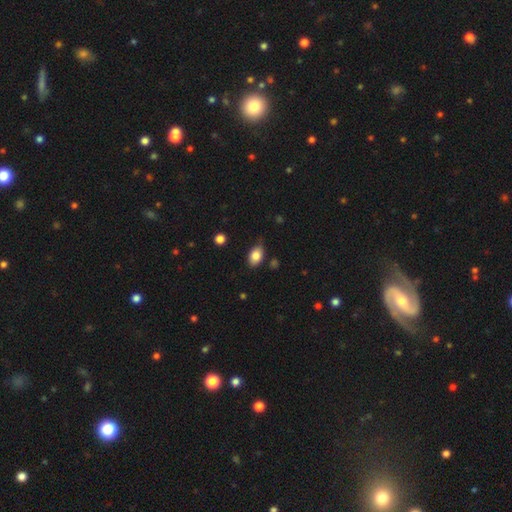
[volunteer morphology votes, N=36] Smooth or featured? 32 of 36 (89%) said smooth. How rounded? 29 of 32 (91%) said in between. Merging? 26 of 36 (72%) said none.